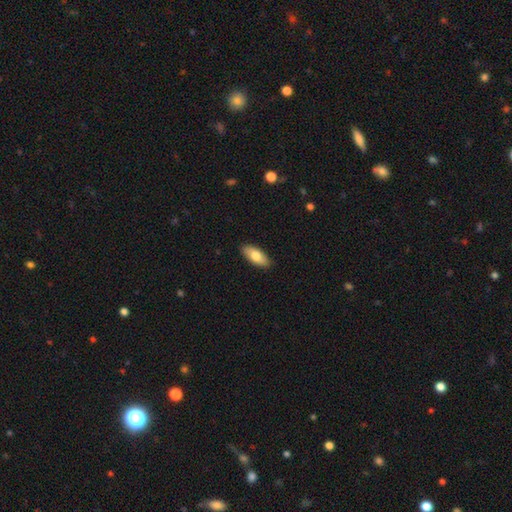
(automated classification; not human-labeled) Smooth or featured: smooth — 78% (featured or disk — 17%)
How rounded: in between — 86% (cigar-shaped — 12%)
Merging: none — 89% (minor disturbance — 8%)